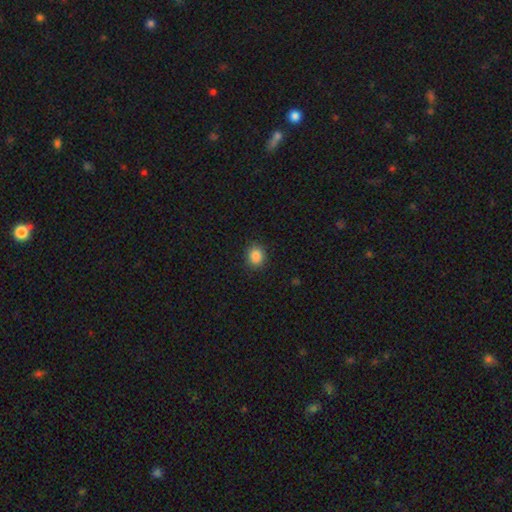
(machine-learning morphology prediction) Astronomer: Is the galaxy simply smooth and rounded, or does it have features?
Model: smooth — 87%.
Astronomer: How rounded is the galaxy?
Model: round — 67%.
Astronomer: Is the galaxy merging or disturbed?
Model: none — 88%.